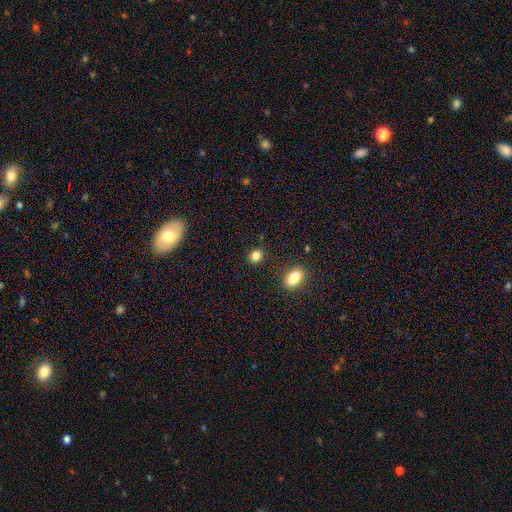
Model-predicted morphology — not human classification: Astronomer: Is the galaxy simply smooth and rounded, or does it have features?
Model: smooth — 83%.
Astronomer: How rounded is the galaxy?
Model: round — 55% (runner-up: in between, 44%).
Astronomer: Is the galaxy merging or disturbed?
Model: none — 85%.